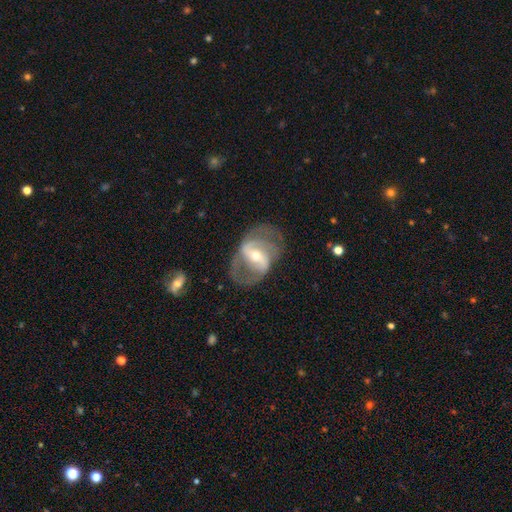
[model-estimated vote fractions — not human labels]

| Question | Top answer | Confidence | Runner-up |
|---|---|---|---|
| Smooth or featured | featured or disk | 84% | smooth (10%) |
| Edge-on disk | no | 96% | yes (4%) |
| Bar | strong | 52% | weak (34%) |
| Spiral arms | yes | 87% | no (13%) |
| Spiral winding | medium | 50% | loose (31%) |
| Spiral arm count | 2 | 81% | can't tell (9%) |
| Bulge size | small | 49% | moderate (45%) |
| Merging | none | 63% | major disturbance (18%) |